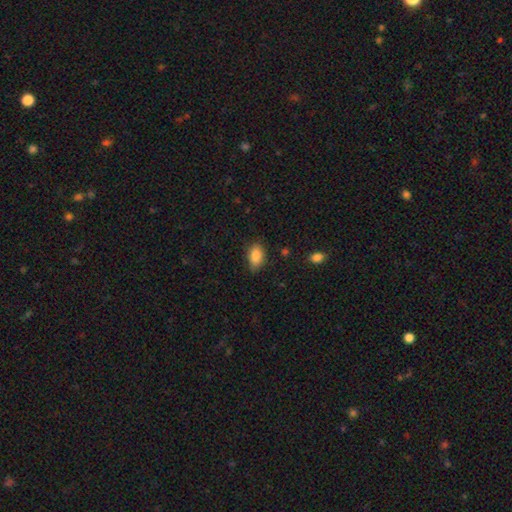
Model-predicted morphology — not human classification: smooth-or-featured: smooth: 88% | star or artifact: 7% | featured or disk: 5%
  how-rounded: in between: 91% | round: 6% | cigar-shaped: 3%
  merging: none: 80% | minor disturbance: 15% | major disturbance: 3% | merger: 1%